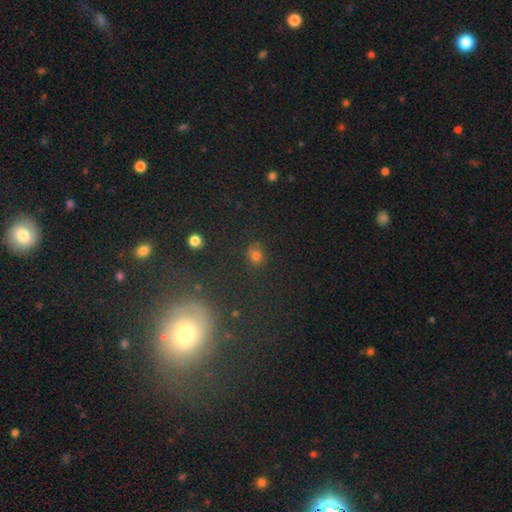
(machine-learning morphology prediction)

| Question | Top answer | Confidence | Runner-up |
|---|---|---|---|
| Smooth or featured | smooth | 67% | star or artifact (23%) |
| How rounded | round | 63% | in between (35%) |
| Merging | none | 80% | minor disturbance (12%) |